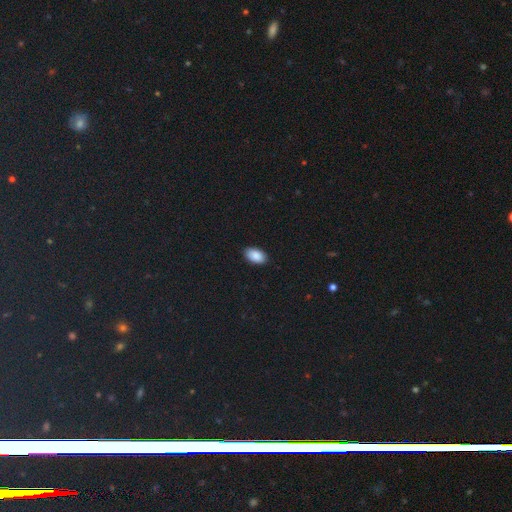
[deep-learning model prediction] Q: Smooth or featured?
A: smooth (90%); runner-up: star or artifact (7%)
Q: How rounded?
A: in between (94%); runner-up: round (5%)
Q: Merging?
A: none (89%); runner-up: minor disturbance (8%)